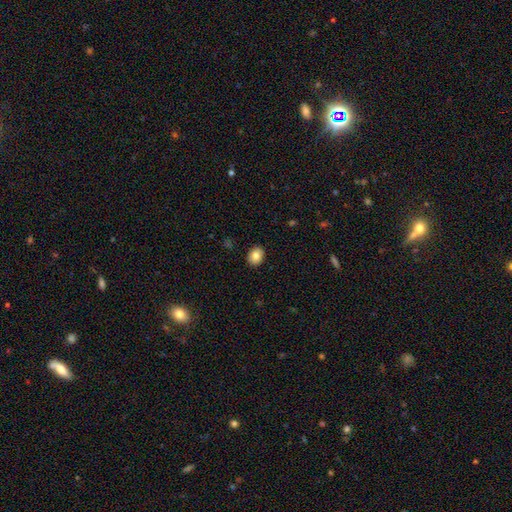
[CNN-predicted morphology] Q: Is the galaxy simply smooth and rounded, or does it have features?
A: smooth — 83%.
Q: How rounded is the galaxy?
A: in between — 52%.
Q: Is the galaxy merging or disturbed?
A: none — 91%.